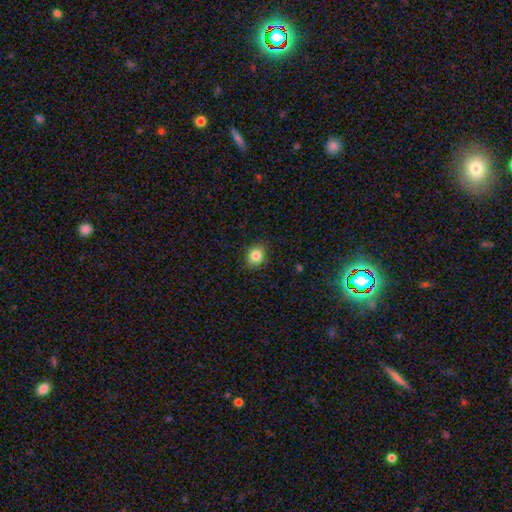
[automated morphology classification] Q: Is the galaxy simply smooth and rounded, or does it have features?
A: smooth — 84%.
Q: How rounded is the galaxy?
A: round — 70%.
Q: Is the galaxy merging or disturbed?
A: none — 87%.